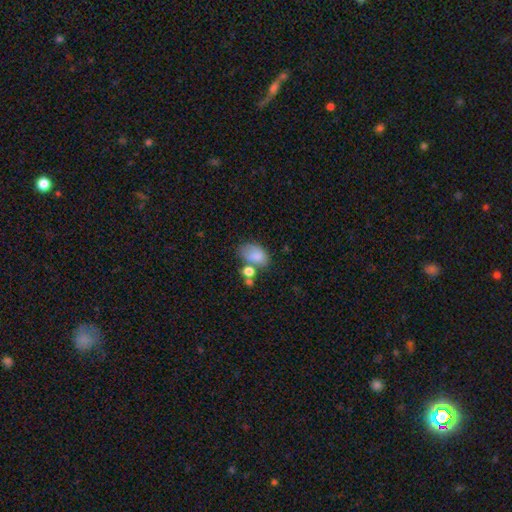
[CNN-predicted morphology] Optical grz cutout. It shows a smooth galaxy with no disk features (78%) that is in between round and cigar-shaped (85%). Merging: none (39%).